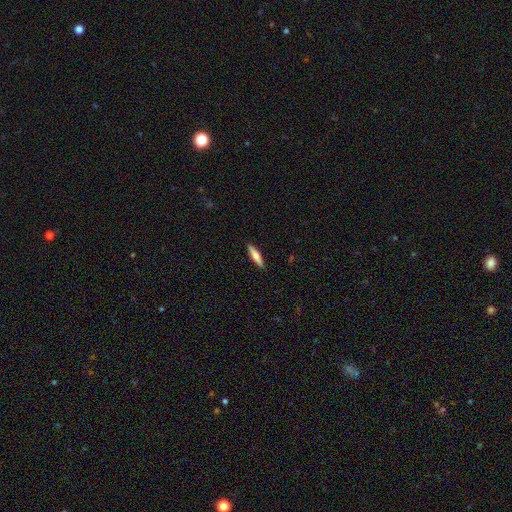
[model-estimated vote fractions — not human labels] smooth_or_featured: smooth (p=0.67) [alt: featured or disk p=0.27]
how_rounded: cigar-shaped (p=0.78) [alt: in between p=0.20]
merging: none (p=0.90) [alt: minor disturbance p=0.07]